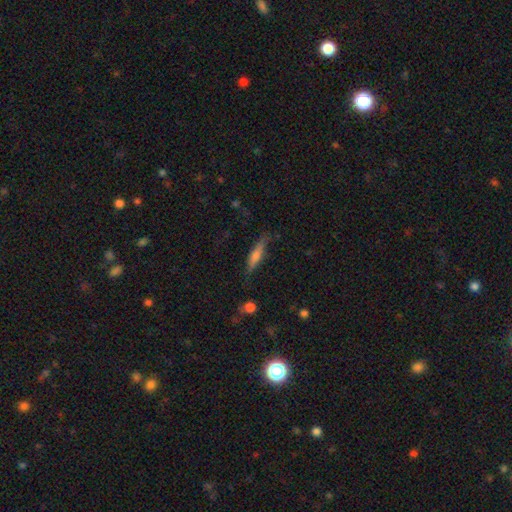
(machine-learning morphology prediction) A smooth galaxy with no disk features (54%) that is cigar-shaped (83%). Merging: none (76%).